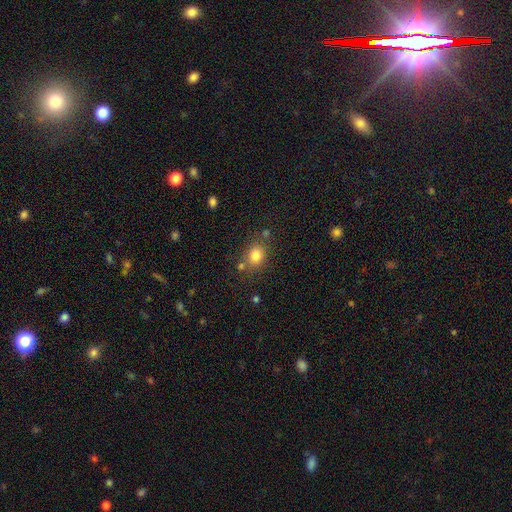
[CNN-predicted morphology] The model was most divided on "how rounded": round: 58%, in between: 41%, cigar-shaped: 1%. More confident: smooth or featured — smooth (81%); merging — none (73%).